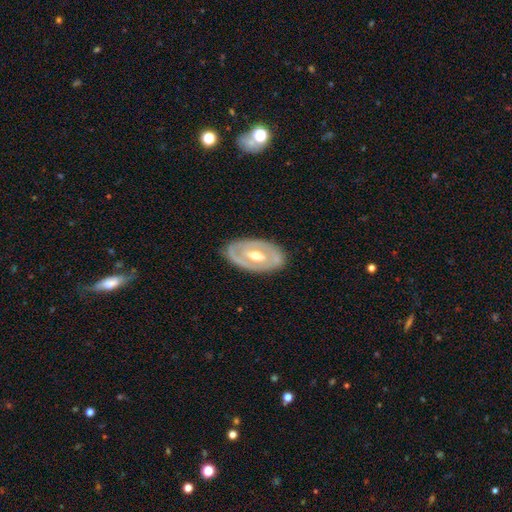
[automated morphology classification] This is likely a featured or disk galaxy (73%). It is clearly not viewed edge-on (90%). Bar: marginally no (42%). Spiral arm pattern: possibly no (60%). Central bulge: likely moderate (73%). Merging: clearly none (83%).